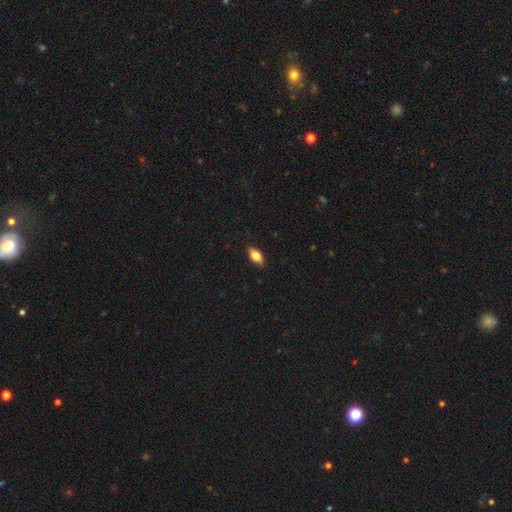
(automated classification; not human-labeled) smooth_or_featured: smooth (p=0.73) [alt: featured or disk p=0.20]
how_rounded: in between (p=0.86) [alt: cigar-shaped p=0.09]
merging: none (p=0.87) [alt: minor disturbance p=0.10]